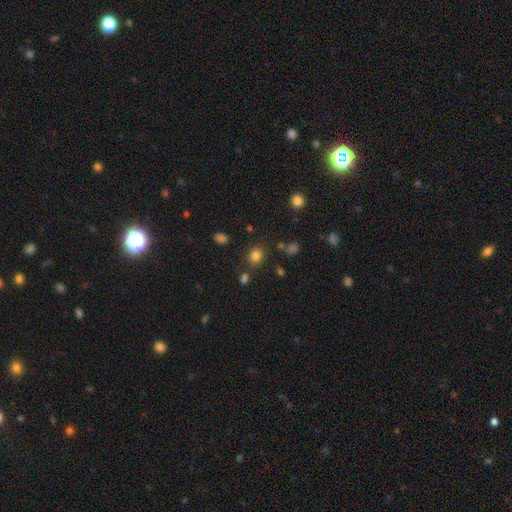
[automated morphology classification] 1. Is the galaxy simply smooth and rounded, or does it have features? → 80% smooth, 15% star or artifact, 5% featured or disk.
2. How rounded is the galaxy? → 67% round, 32% in between, 1% cigar-shaped.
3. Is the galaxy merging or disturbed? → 79% none, 11% minor disturbance, 6% merger, 4% major disturbance.